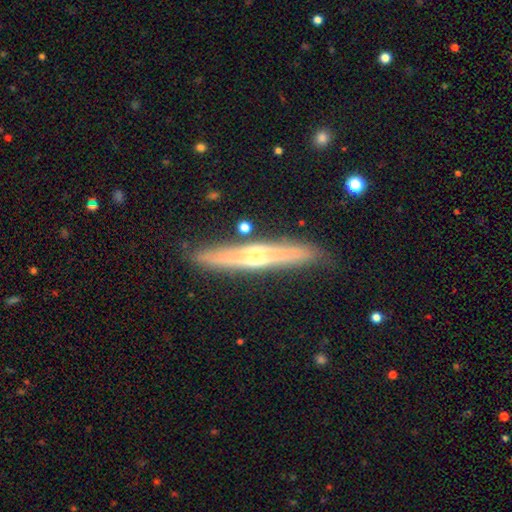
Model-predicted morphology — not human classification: smooth_or_featured: featured or disk (p=0.75) [alt: smooth p=0.18]
disk_edge_on: yes (p=0.94) [alt: no p=0.06]
edge_on_bulge: rounded (p=0.72) [alt: none p=0.15]
merging: none (p=0.88) [alt: minor disturbance p=0.09]